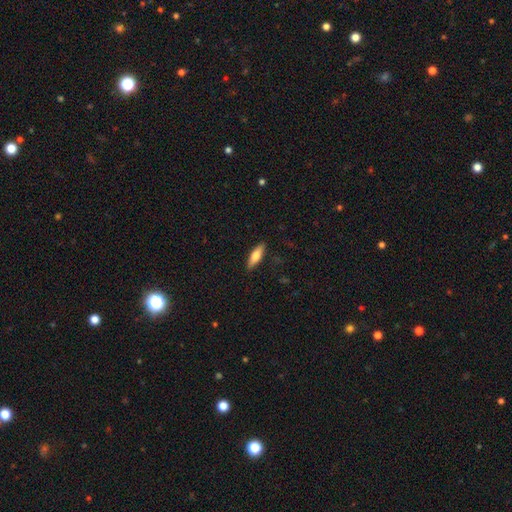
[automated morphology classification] This appears to be a smooth galaxy with no disk features (64%) that is cigar-shaped (57%). Merging: none (89%).